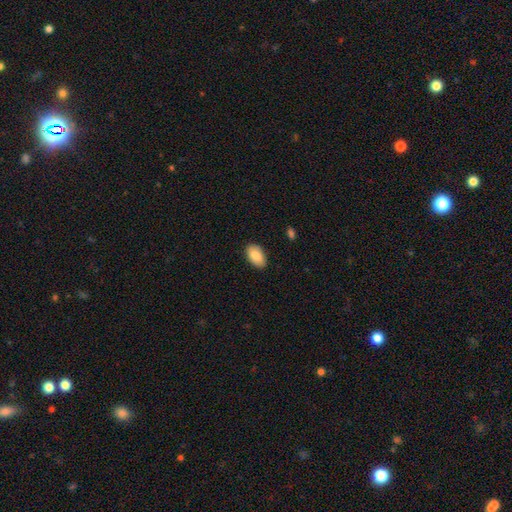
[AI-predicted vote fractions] Smooth or featured? Predicted: smooth (p=0.86). How rounded? Predicted: in between (p=0.94). Merging? Predicted: none (p=0.88).